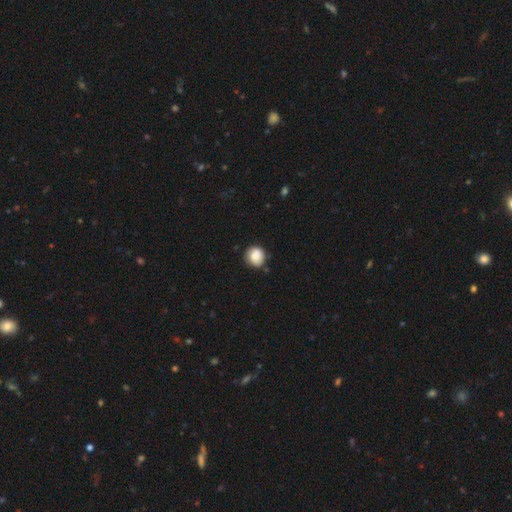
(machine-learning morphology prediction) This appears to be a smooth galaxy with no disk features (85%) that is round (86%). Merging: none (74%).